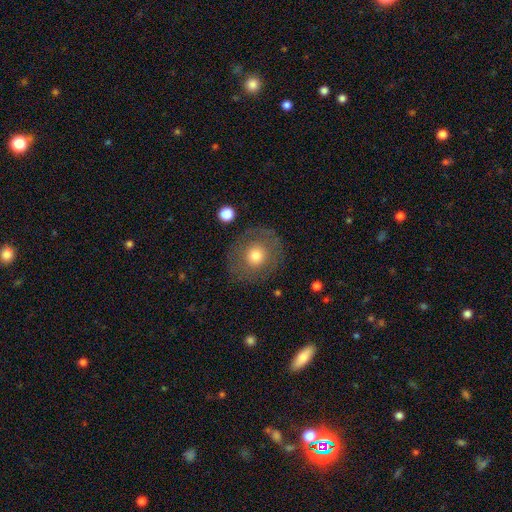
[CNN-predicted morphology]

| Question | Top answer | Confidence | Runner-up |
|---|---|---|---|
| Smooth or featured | smooth | 66% | featured or disk (25%) |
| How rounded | round | 85% | in between (14%) |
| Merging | none | 82% | minor disturbance (10%) |